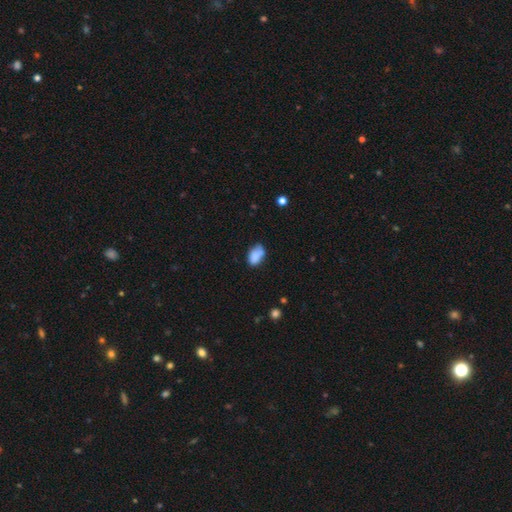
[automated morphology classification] Smooth or featured? Predicted: smooth (p=0.83). How rounded? Predicted: in between (p=0.90). Merging? Predicted: none (p=0.59).